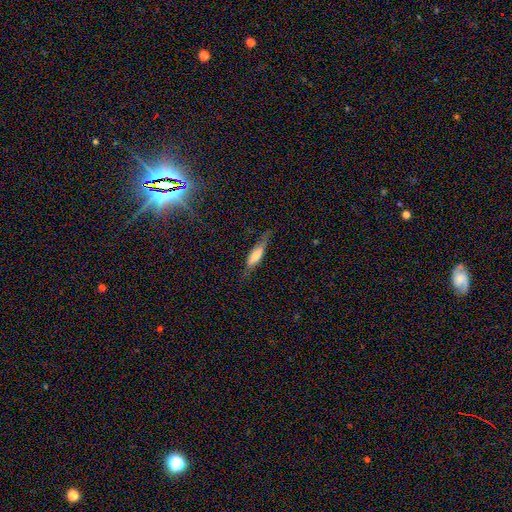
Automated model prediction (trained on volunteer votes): Smooth or featured?
  - smooth: 59% *
  - featured or disk: 34%
  - star or artifact: 7%
How rounded?
  - cigar-shaped: 62% *
  - in between: 36%
  - round: 2%
Merging?
  - none: 67% *
  - minor disturbance: 23%
  - major disturbance: 8%
  - merger: 2%